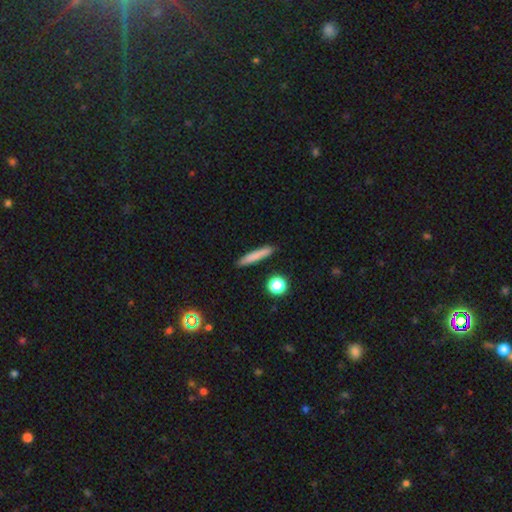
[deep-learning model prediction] A smooth galaxy with no disk features (78%) that is cigar-shaped (92%). Merging: none (89%).